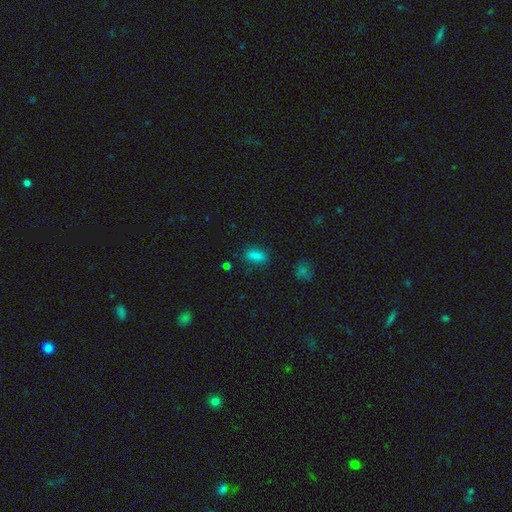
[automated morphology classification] smooth_or_featured: smooth (p=0.84) [alt: star or artifact p=0.12]
how_rounded: in between (p=0.81) [alt: cigar-shaped p=0.13]
merging: none (p=0.81) [alt: minor disturbance p=0.13]